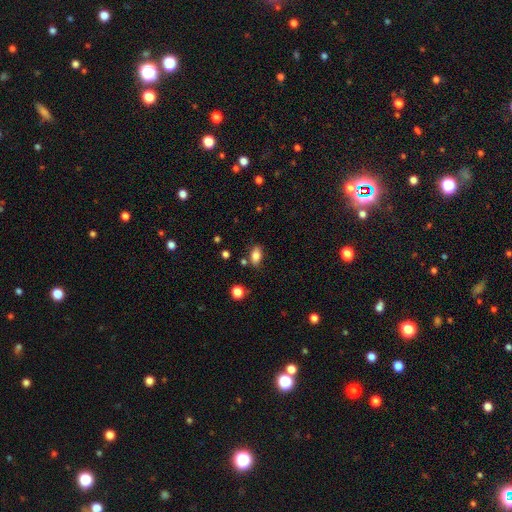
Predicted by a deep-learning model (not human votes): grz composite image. It shows a smooth galaxy with no disk features (82%) that is in between round and cigar-shaped (88%). Merging: none (79%).